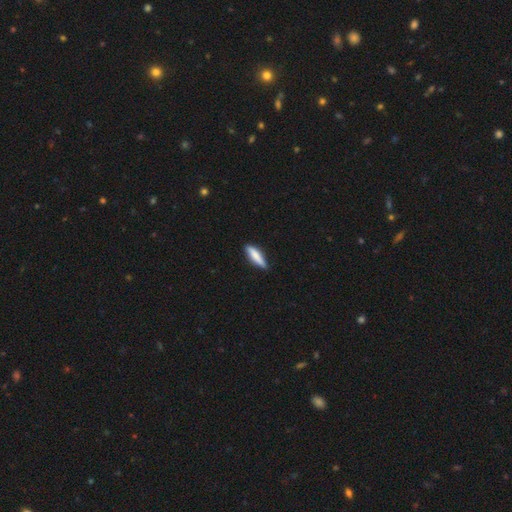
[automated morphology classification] This appears to be a smooth galaxy with no disk features (77%) that is cigar-shaped (75%). Merging: none (81%).